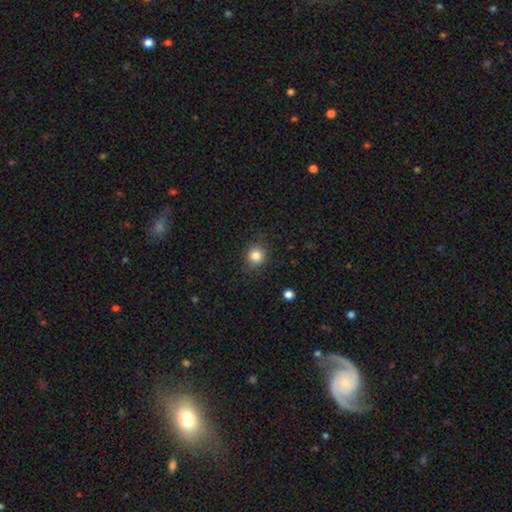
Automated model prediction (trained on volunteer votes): Smooth or featured? smooth (84%)
How rounded? round (81%)
Merging? none (83%)